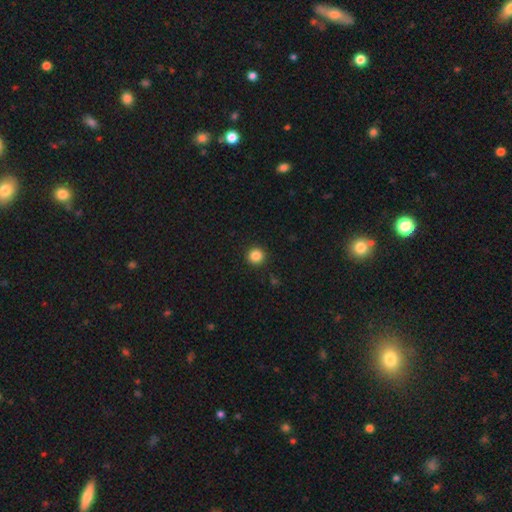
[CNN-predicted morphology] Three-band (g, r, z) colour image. It shows a smooth galaxy with no disk features (85%) that is round (95%). Merging: none (93%).